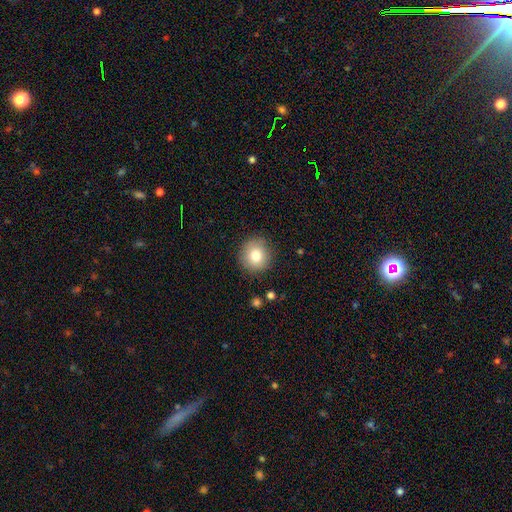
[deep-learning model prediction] Smooth or featured: smooth — 80% (featured or disk — 10%)
How rounded: round — 91% (in between — 8%)
Merging: none — 86% (minor disturbance — 10%)